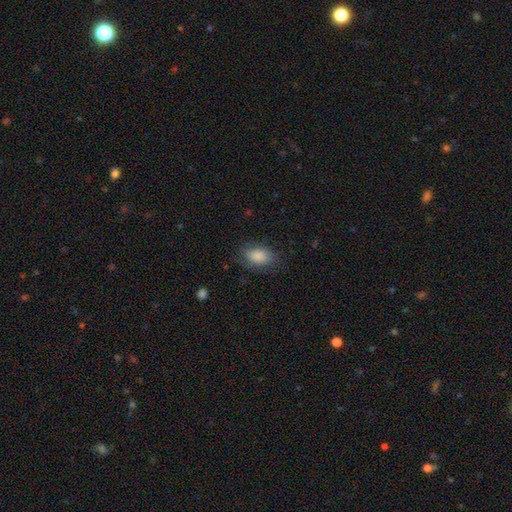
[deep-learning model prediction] A smooth galaxy with no disk features (86%) that is in between round and cigar-shaped (89%).

Vote fractions:
- Smooth or featured? smooth: 86% / star or artifact: 7% / featured or disk: 7%
- How rounded? in between: 89% / round: 9% / cigar-shaped: 2%
- Merging? none: 77% / minor disturbance: 17% / major disturbance: 5% / merger: 1%